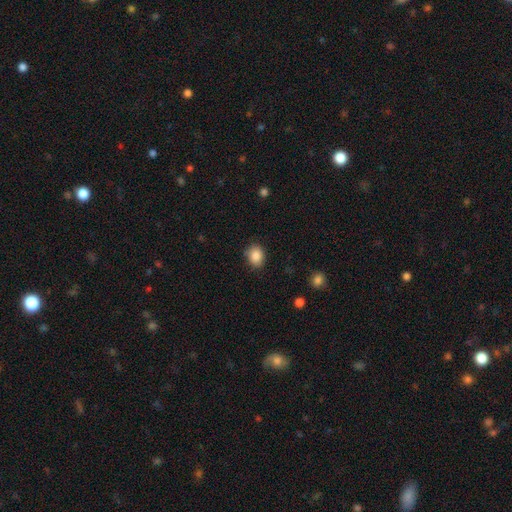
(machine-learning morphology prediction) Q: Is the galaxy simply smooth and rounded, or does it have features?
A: smooth — 87%.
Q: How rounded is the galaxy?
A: in between — 50%.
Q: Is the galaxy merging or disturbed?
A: none — 82%.